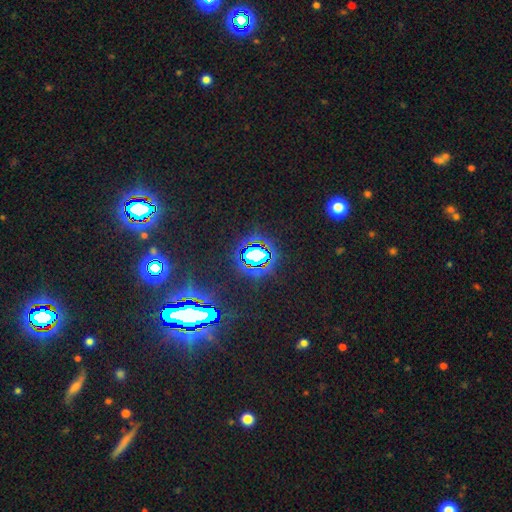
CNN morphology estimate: A star or artifact, not a galaxy (76%).

Vote fractions:
- Smooth or featured? star or artifact: 76% / smooth: 14% / featured or disk: 10%